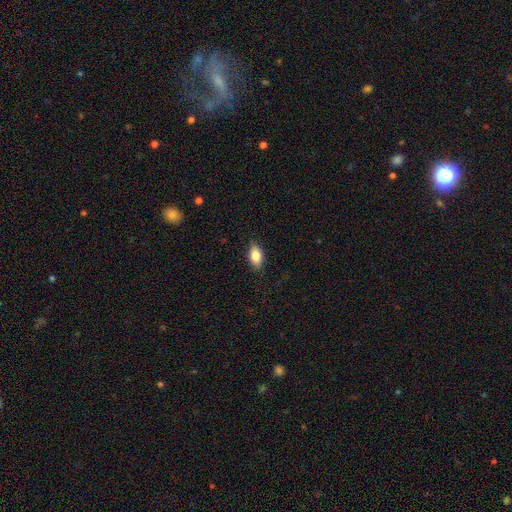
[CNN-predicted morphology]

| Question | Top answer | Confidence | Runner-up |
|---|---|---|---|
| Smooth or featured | smooth | 81% | featured or disk (12%) |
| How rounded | in between | 89% | round (6%) |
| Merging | none | 85% | minor disturbance (12%) |